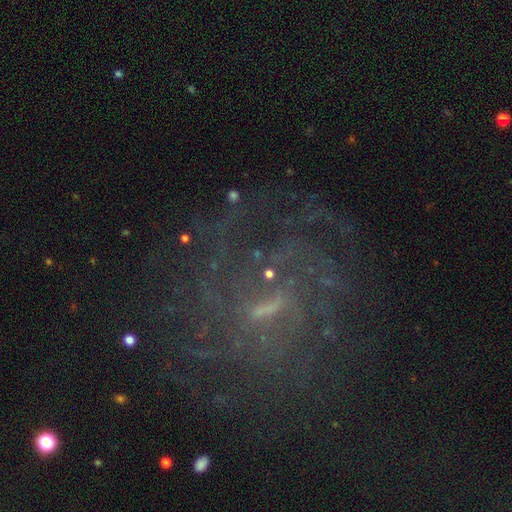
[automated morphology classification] A featured or disk galaxy (77%) with a weak bar (55%), tight (47%) spiral arms (88%) and a small central bulge (55%).

Vote fractions:
- Smooth or featured? featured or disk: 77% / star or artifact: 15% / smooth: 8%
- Edge-on disk? no: 97% / yes: 3%
- Bar? weak: 55% / strong: 24% / no: 21%
- Spiral arms? yes: 88% / no: 12%
- Spiral winding? tight: 47% / medium: 36% / loose: 16%
- Spiral arm count? can't tell: 45% / 4: 13% / 2: 13% / more than 4: 11% / 3: 11% / 1: 7%
- Bulge size? small: 55% / none: 21% / moderate: 21% / large: 2% / dominant: 1%
- Merging? none: 67% / major disturbance: 16% / minor disturbance: 15% / merger: 2%